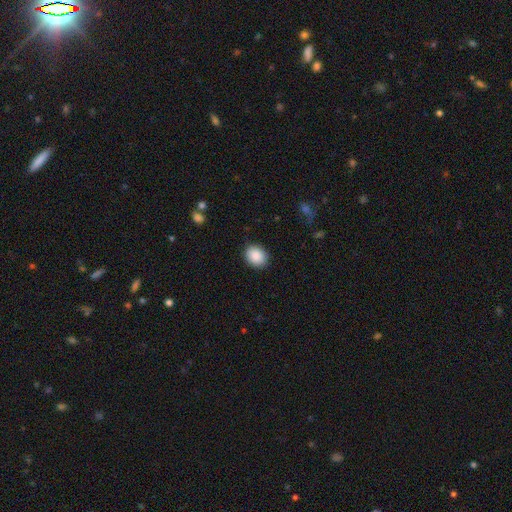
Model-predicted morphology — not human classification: Smooth or featured? Predicted: smooth (p=0.89). How rounded? Predicted: round (p=0.56). Merging? Predicted: none (p=0.88).